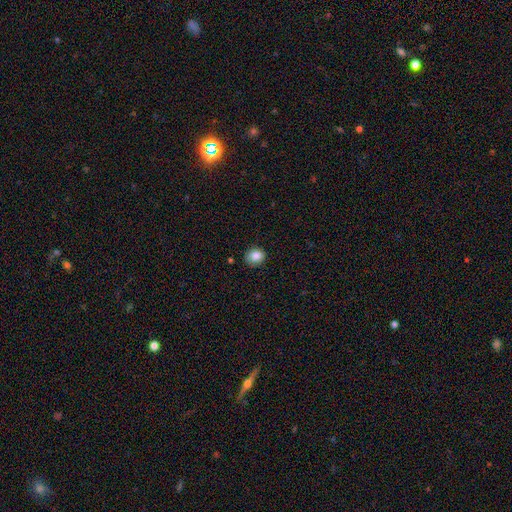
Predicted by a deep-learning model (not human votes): This appears to be a smooth galaxy with no disk features (85%) that is round (71%). Merging: none (84%).